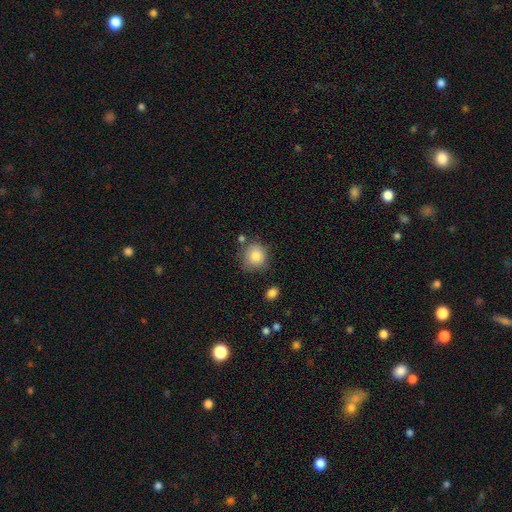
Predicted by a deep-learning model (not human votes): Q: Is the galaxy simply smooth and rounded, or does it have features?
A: smooth — 84%.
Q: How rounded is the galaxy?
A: round — 85%.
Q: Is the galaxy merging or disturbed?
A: none — 70%.